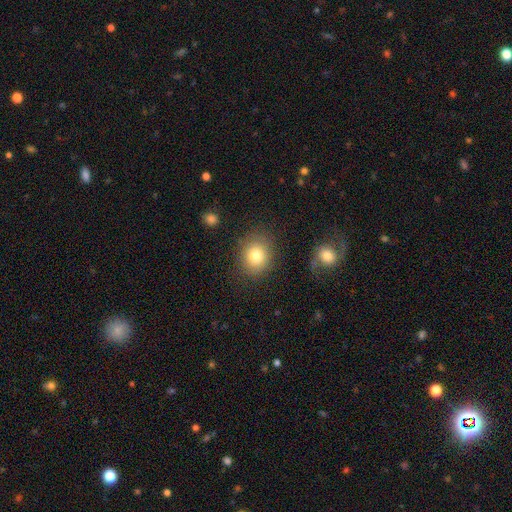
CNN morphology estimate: A smooth galaxy with no disk features (79%) that is round (72%).

Vote fractions:
- Smooth or featured? smooth: 79% / featured or disk: 11% / star or artifact: 10%
- How rounded? round: 72% / in between: 27% / cigar-shaped: 1%
- Merging? none: 83% / minor disturbance: 11% / major disturbance: 4% / merger: 3%